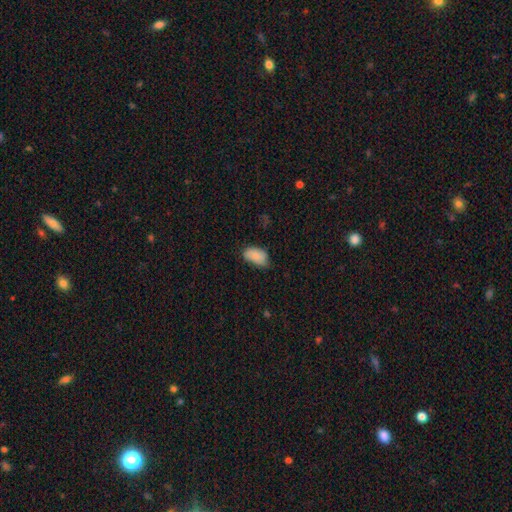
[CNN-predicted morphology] smooth-or-featured: smooth: 85% | star or artifact: 8% | featured or disk: 7%
  how-rounded: in between: 93% | round: 5% | cigar-shaped: 2%
  merging: none: 55% | minor disturbance: 36% | major disturbance: 7% | merger: 2%